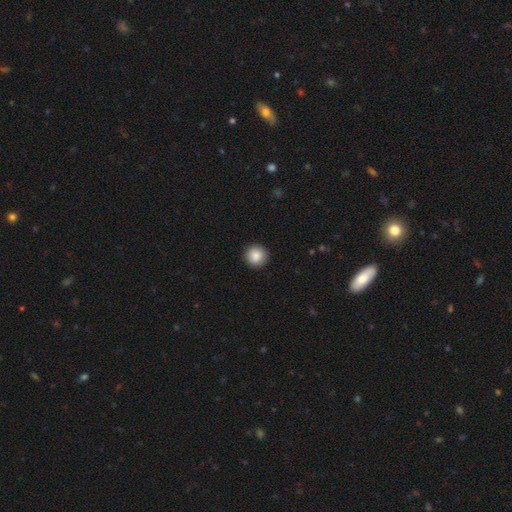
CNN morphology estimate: smooth 88%, star or artifact 8%, featured or disk 4%. Down the decision tree: how rounded — round (95%); merging — none (93%).